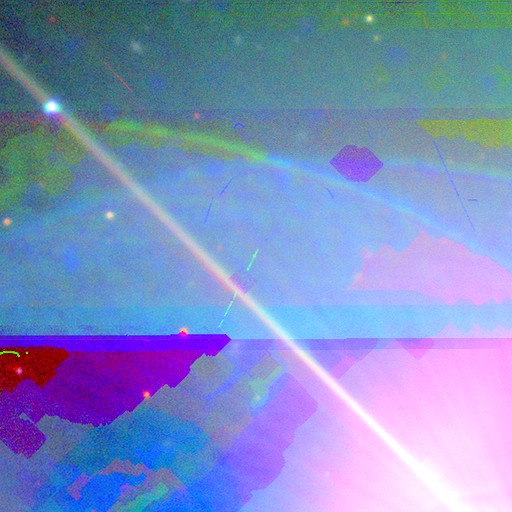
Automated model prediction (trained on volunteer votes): The model was most divided on "smooth or featured": star or artifact: 89%, featured or disk: 6%, smooth: 5%.